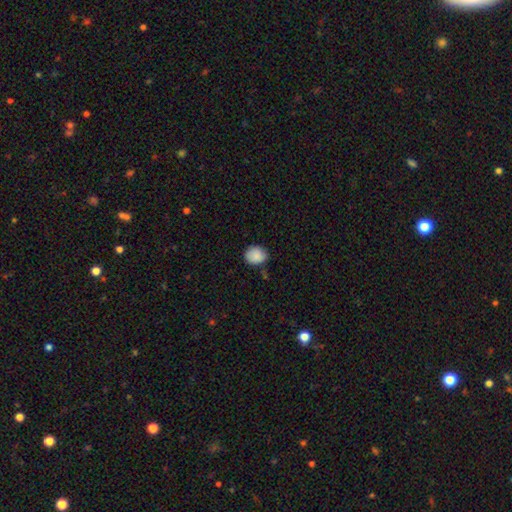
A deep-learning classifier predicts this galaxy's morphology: Smooth or featured? smooth (87%)
How rounded? round (65%)
Merging? none (77%)